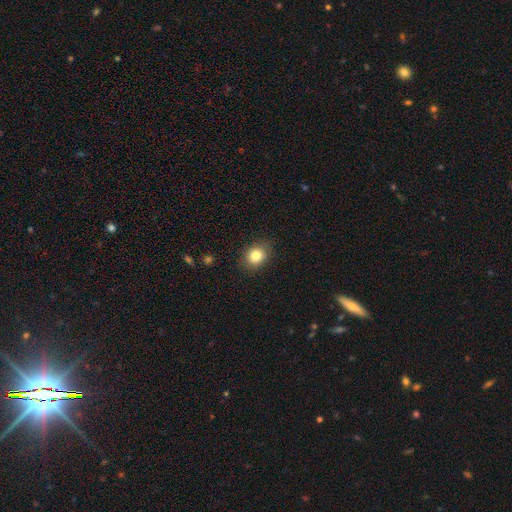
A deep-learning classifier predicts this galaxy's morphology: A smooth galaxy with no disk features (82%) that is in between round and cigar-shaped (51%).

Vote fractions:
- Smooth or featured? smooth: 82% / star or artifact: 10% / featured or disk: 8%
- How rounded? in between: 51% / round: 48% / cigar-shaped: 1%
- Merging? none: 83% / minor disturbance: 13% / major disturbance: 3% / merger: 1%